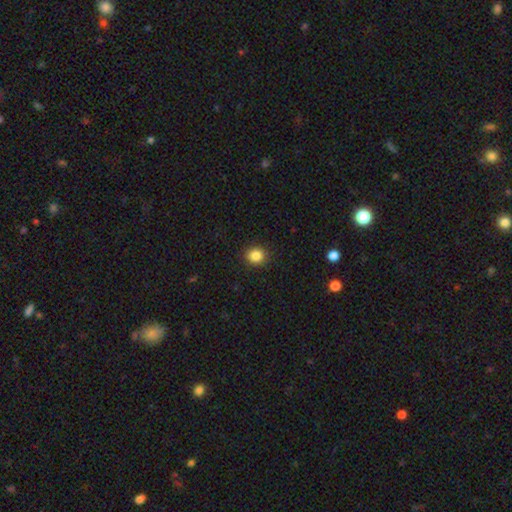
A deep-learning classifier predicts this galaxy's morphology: Q: Smooth or featured?
A: smooth (86%); runner-up: star or artifact (10%)
Q: How rounded?
A: round (79%); runner-up: in between (20%)
Q: Merging?
A: none (91%); runner-up: minor disturbance (6%)